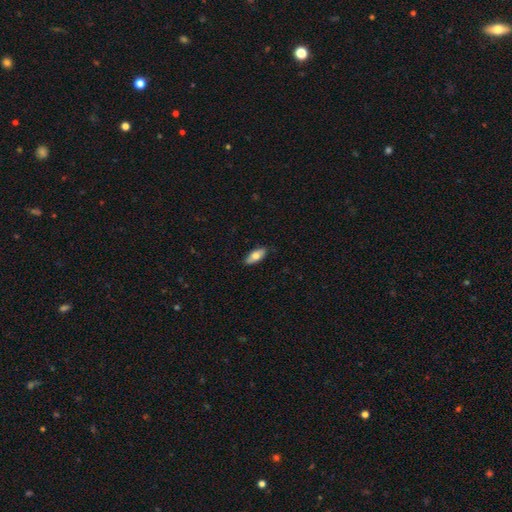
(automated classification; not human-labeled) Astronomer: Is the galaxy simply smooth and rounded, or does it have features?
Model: smooth — 72%.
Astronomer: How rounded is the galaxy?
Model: in between — 84%.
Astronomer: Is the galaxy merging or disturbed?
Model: none — 87%.